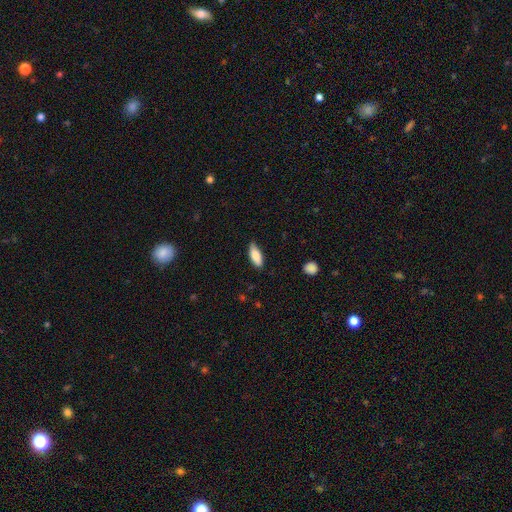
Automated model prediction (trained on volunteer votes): A smooth galaxy with no disk features (81%) that is in between round and cigar-shaped (74%).

Vote fractions:
- Smooth or featured? smooth: 81% / featured or disk: 13% / star or artifact: 6%
- How rounded? in between: 74% / cigar-shaped: 24% / round: 2%
- Merging? none: 83% / minor disturbance: 13% / major disturbance: 2% / merger: 1%